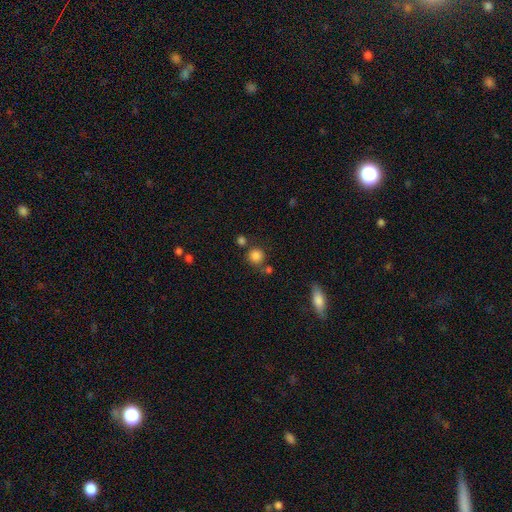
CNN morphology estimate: Smooth or featured: smooth — 83% (star or artifact — 12%)
How rounded: round — 92% (in between — 7%)
Merging: none — 74% (merger — 13%)